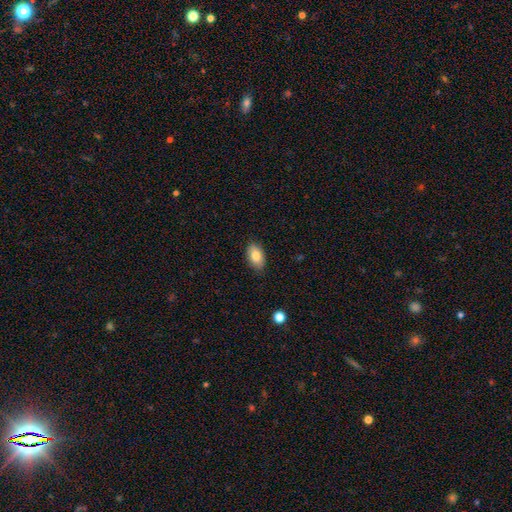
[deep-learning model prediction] Smooth or featured: smooth — 81% (featured or disk — 12%)
How rounded: in between — 92% (round — 6%)
Merging: none — 85% (minor disturbance — 12%)